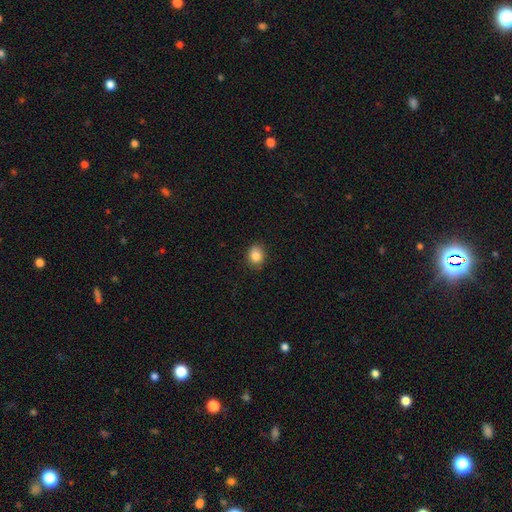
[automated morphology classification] A smooth galaxy with no disk features (86%) that is round (62%).

Vote fractions:
- Smooth or featured? smooth: 86% / star or artifact: 10% / featured or disk: 5%
- How rounded? round: 62% / in between: 37% / cigar-shaped: 1%
- Merging? none: 86% / minor disturbance: 11% / major disturbance: 2% / merger: 1%